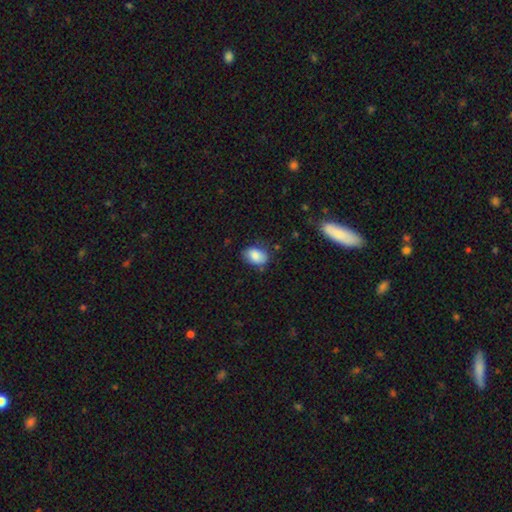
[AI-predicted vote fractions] smooth_or_featured: smooth (p=0.85) [alt: star or artifact p=0.08]
how_rounded: in between (p=0.82) [alt: round p=0.16]
merging: none (p=0.73) [alt: minor disturbance p=0.20]